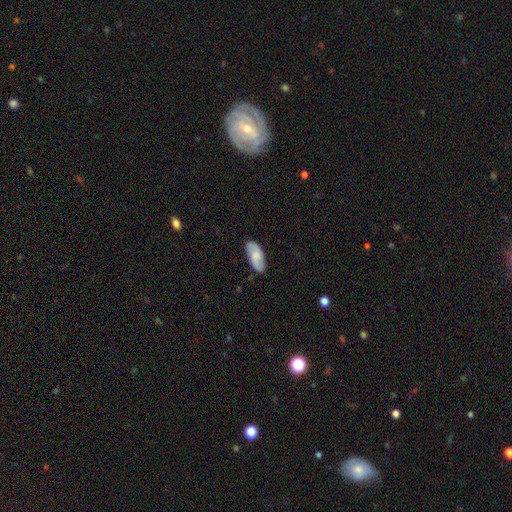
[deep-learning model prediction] Smooth or featured? Predicted: smooth (p=0.64). How rounded? Predicted: in between (p=0.88). Merging? Predicted: none (p=0.83).